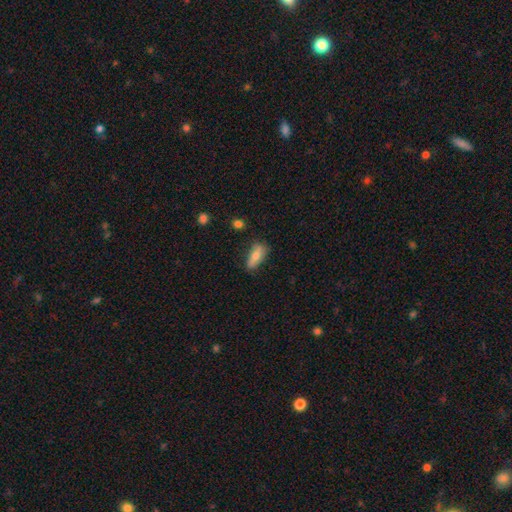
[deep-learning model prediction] Morphology: type=smooth (71%); roundness=in between (69%); merging=none (66%).